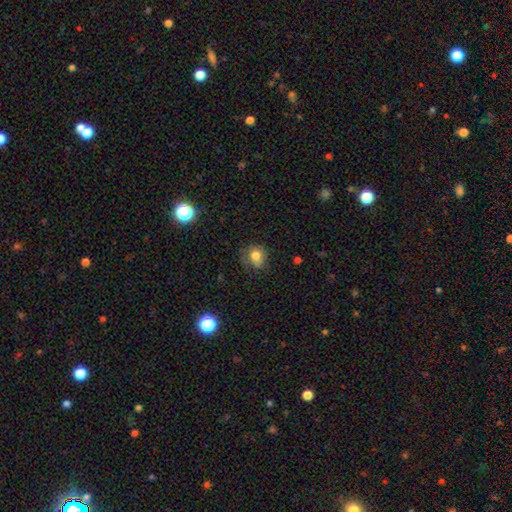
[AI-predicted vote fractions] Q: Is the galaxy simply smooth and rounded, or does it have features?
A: smooth — 78%.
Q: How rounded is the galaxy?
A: round — 74%.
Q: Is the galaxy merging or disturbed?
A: none — 64%.